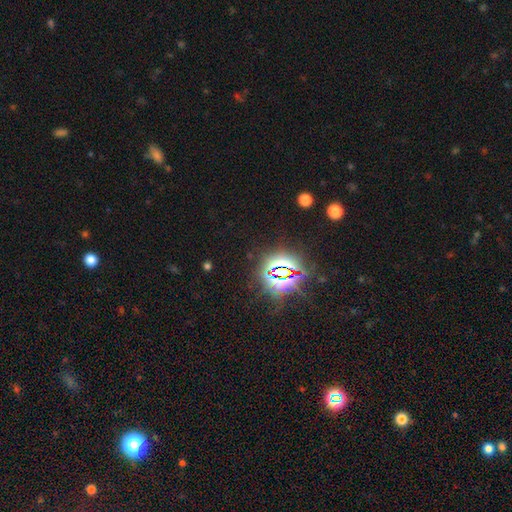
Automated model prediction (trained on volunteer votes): star or artifact 83%, smooth 11%, featured or disk 7%.